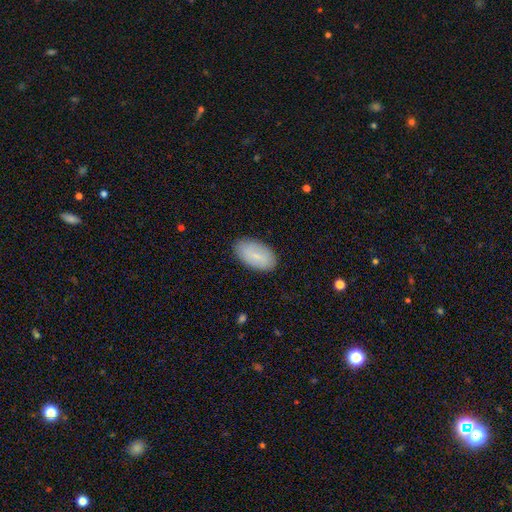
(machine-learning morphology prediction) smooth-or-featured: smooth: 75% | featured or disk: 19% | star or artifact: 6%
  how-rounded: in between: 95% | round: 3% | cigar-shaped: 2%
  merging: none: 86% | minor disturbance: 11% | major disturbance: 2% | merger: 1%